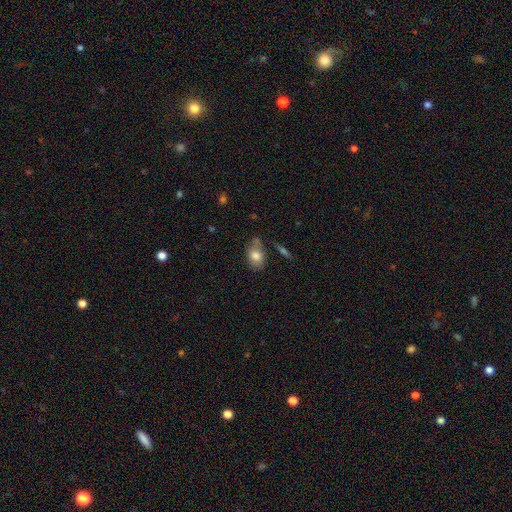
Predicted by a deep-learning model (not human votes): Smooth or featured?
  - smooth: 79% *
  - featured or disk: 13%
  - star or artifact: 8%
How rounded?
  - in between: 77% *
  - round: 21%
  - cigar-shaped: 2%
Merging?
  - none: 60% *
  - minor disturbance: 24%
  - merger: 10%
  - major disturbance: 6%